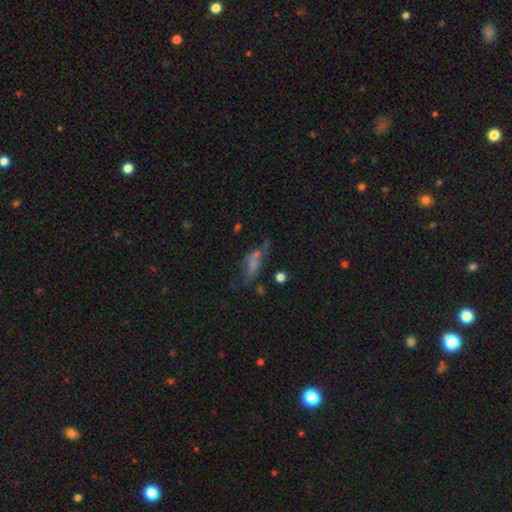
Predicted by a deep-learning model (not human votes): smooth-or-featured: featured or disk: 40% | smooth: 37% | star or artifact: 23%
  merging: none: 40% | major disturbance: 27% | minor disturbance: 21% | merger: 13%